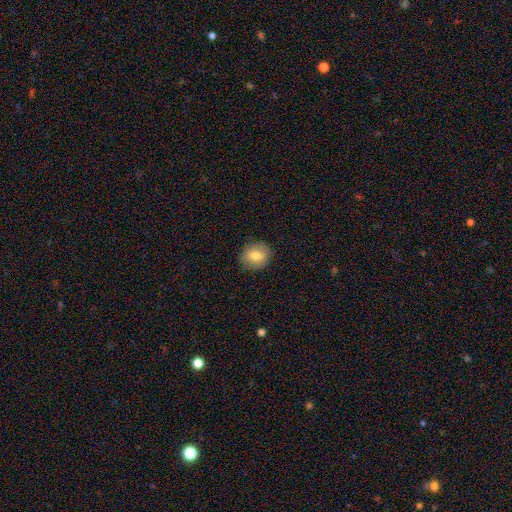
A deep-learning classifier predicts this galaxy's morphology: smooth_or_featured: smooth (p=0.74) [alt: featured or disk p=0.17]
how_rounded: round (p=0.69) [alt: in between p=0.30]
merging: none (p=0.86) [alt: minor disturbance p=0.10]